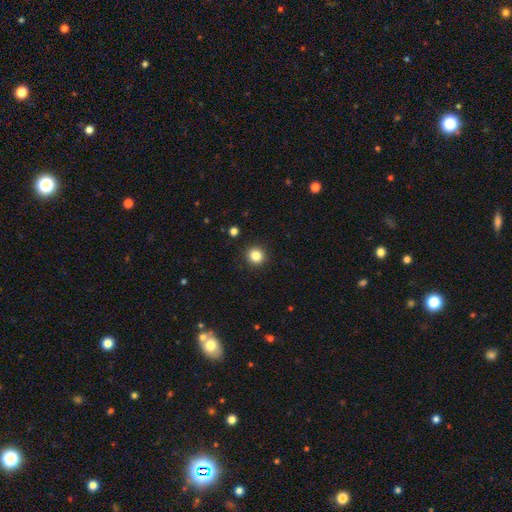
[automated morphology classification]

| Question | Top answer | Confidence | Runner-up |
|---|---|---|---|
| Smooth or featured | smooth | 84% | star or artifact (11%) |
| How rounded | round | 92% | in between (7%) |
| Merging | none | 92% | minor disturbance (5%) |